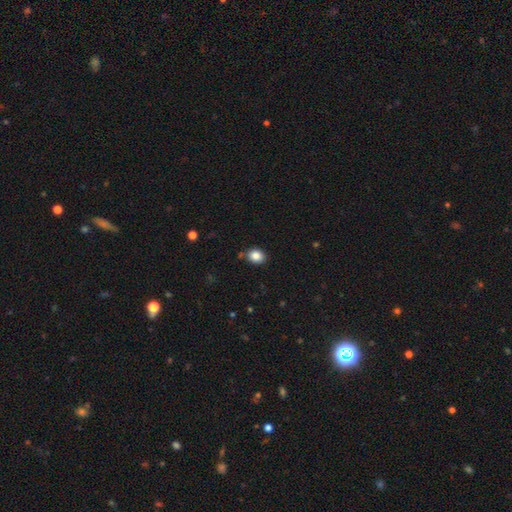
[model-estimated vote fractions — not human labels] Smooth or featured? Predicted: smooth (p=0.86). How rounded? Predicted: in between (p=0.50). Merging? Predicted: none (p=0.82).